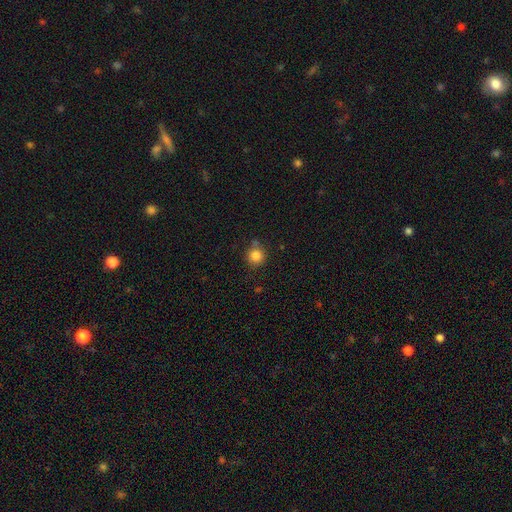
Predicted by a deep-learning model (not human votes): smooth_or_featured: smooth (p=0.83) [alt: star or artifact p=0.11]
how_rounded: round (p=0.92) [alt: in between p=0.07]
merging: none (p=0.76) [alt: minor disturbance p=0.12]